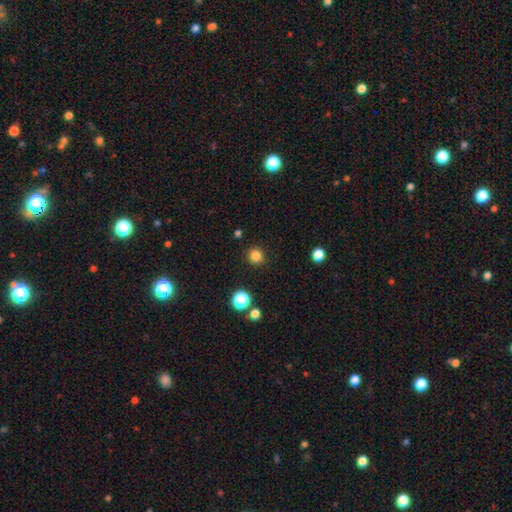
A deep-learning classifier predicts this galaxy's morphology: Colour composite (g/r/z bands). It shows a smooth galaxy with no disk features (83%) that is round (93%). Merging: none (91%).